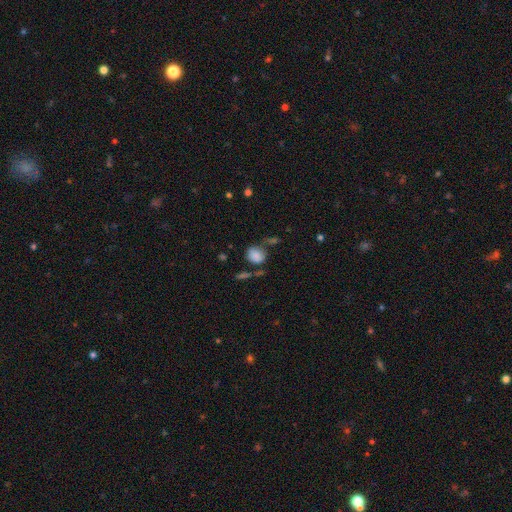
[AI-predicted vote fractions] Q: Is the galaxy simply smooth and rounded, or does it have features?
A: smooth — 82%.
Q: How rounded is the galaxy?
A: round — 64%.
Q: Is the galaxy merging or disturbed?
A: none — 61%.